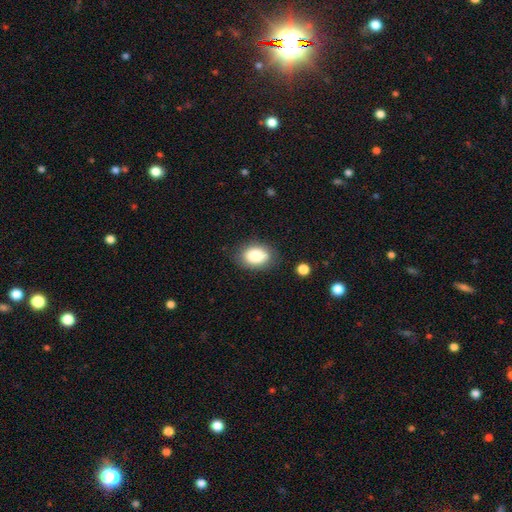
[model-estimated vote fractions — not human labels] smooth_or_featured: smooth (p=0.83) [alt: featured or disk p=0.09]
how_rounded: in between (p=0.83) [alt: round p=0.15]
merging: none (p=0.76) [alt: minor disturbance p=0.17]